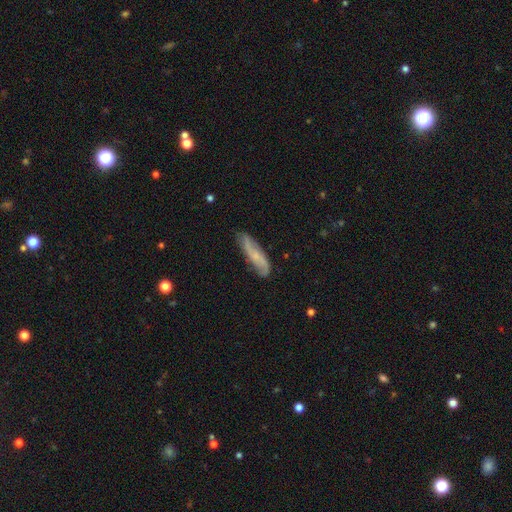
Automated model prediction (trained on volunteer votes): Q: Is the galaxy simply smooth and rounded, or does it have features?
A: featured or disk — 57%.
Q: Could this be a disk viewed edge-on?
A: no — 73%.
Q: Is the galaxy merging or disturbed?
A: none — 77%.